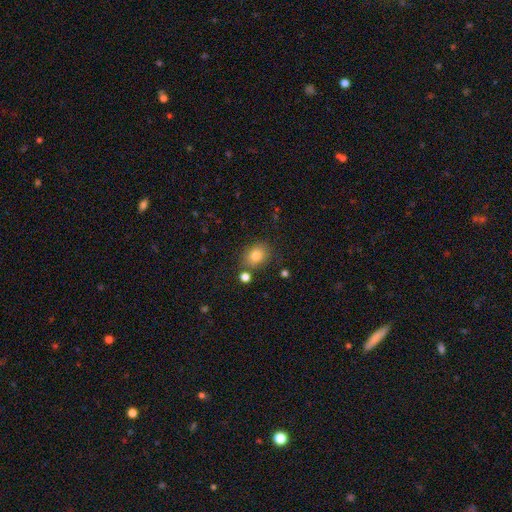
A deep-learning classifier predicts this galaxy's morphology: Smooth or featured? Predicted: smooth (p=0.81). How rounded? Predicted: round (p=0.51). Merging? Predicted: none (p=0.76).